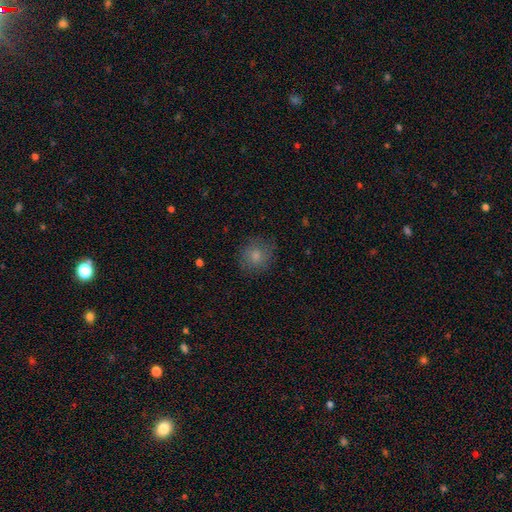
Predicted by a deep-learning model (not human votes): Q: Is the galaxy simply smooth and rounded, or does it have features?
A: smooth — 79%.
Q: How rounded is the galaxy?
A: round — 87%.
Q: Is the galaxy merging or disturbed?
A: none — 80%.